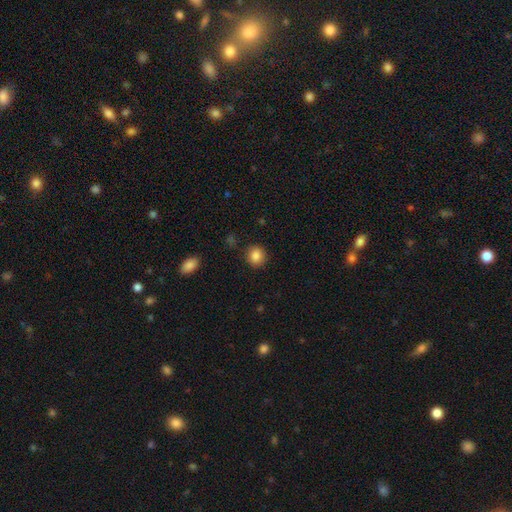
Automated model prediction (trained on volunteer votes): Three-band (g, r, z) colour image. It shows a smooth galaxy with no disk features (86%) that is round (82%). Merging: none (88%).